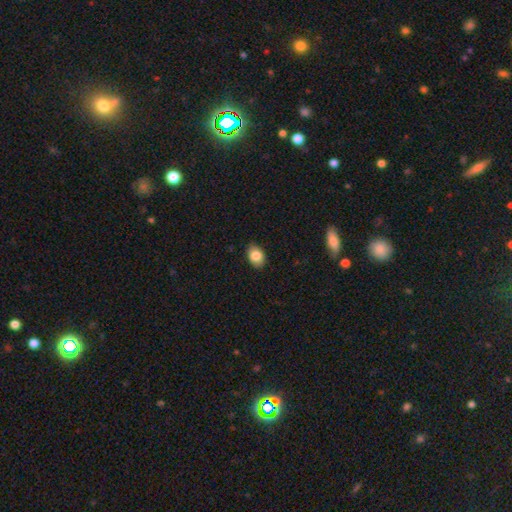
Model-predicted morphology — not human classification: A smooth galaxy with no disk features (84%) that is in between round and cigar-shaped (80%).

Vote fractions:
- Smooth or featured? smooth: 84% / star or artifact: 8% / featured or disk: 8%
- How rounded? in between: 80% / round: 19% / cigar-shaped: 1%
- Merging? none: 87% / minor disturbance: 10% / major disturbance: 2% / merger: 1%